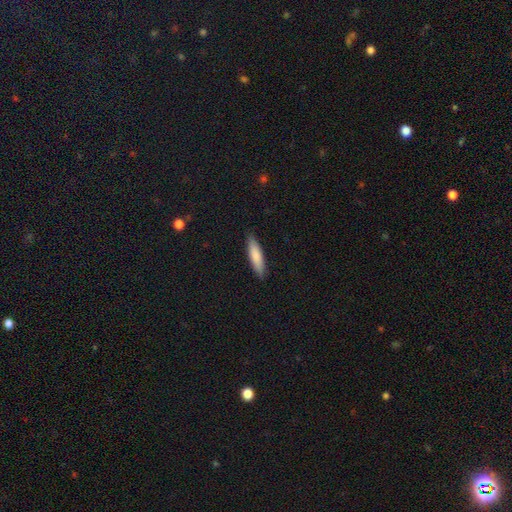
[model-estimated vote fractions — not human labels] Q: Smooth or featured?
A: smooth (81%); runner-up: featured or disk (13%)
Q: How rounded?
A: cigar-shaped (73%); runner-up: in between (26%)
Q: Merging?
A: none (89%); runner-up: minor disturbance (8%)